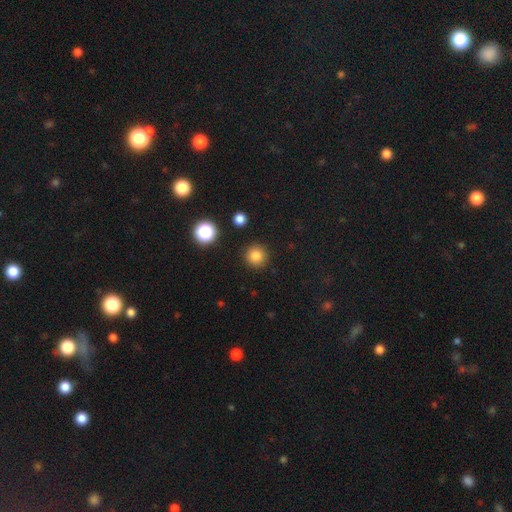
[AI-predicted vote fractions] Smooth or featured: smooth — 83% (star or artifact — 12%)
How rounded: round — 95% (in between — 4%)
Merging: none — 91% (minor disturbance — 5%)